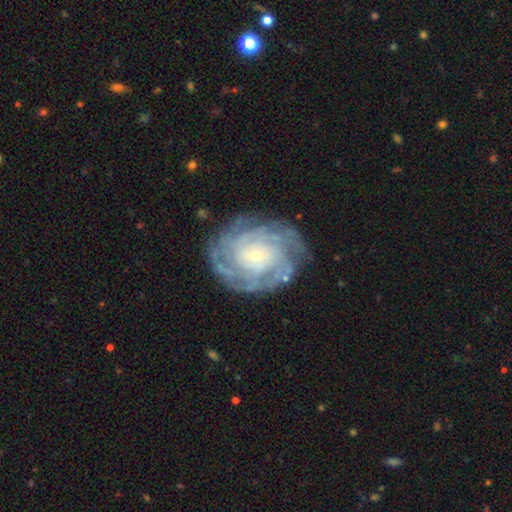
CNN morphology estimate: Overall: featured or disk (87%). Edge-on disk: no (97%). Bar: no (76%). Spiral arms: yes (96%). Spiral arm count: can't tell (30%; 4 24%). Spiral winding: tight (80%). Bulge size: small (72%). Merging: none (80%).